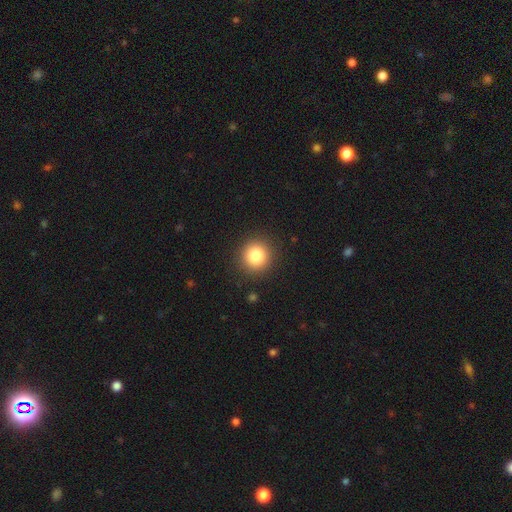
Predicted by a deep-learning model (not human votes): The model was most divided on "smooth or featured": smooth: 85%, star or artifact: 10%, featured or disk: 5%. More confident: how rounded — round (92%); merging — none (90%).